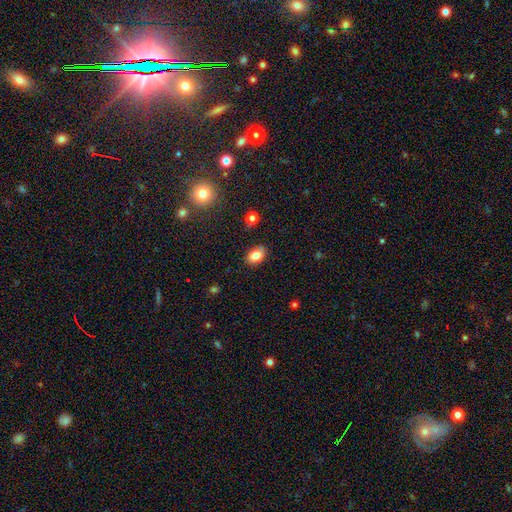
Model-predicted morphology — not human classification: Smooth or featured?
  - smooth: 82% *
  - star or artifact: 9%
  - featured or disk: 9%
How rounded?
  - in between: 84% *
  - round: 15%
  - cigar-shaped: 1%
Merging?
  - none: 82% *
  - minor disturbance: 13%
  - major disturbance: 2%
  - merger: 2%